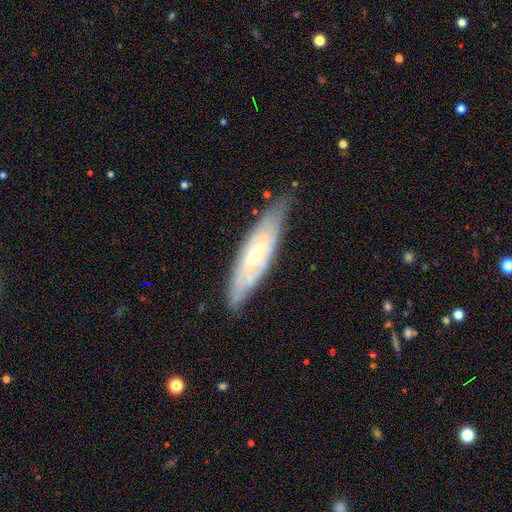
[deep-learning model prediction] A featured or disk galaxy (70%).

Vote fractions:
- Smooth or featured? featured or disk: 70% / smooth: 23% / star or artifact: 6%
- Edge-on disk? no: 64% / yes: 36%
- Merging? none: 73% / minor disturbance: 21% / major disturbance: 5% / merger: 2%